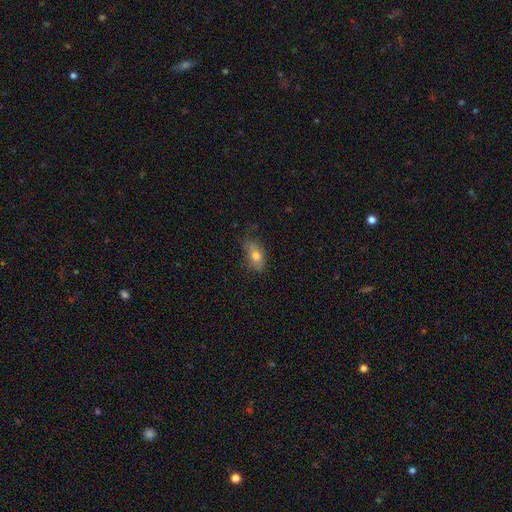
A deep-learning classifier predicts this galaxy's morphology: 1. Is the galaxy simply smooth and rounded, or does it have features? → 73% smooth, 18% featured or disk, 9% star or artifact.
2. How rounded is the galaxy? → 87% in between, 8% round, 5% cigar-shaped.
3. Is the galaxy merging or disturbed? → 61% none, 29% minor disturbance, 9% major disturbance, 2% merger.